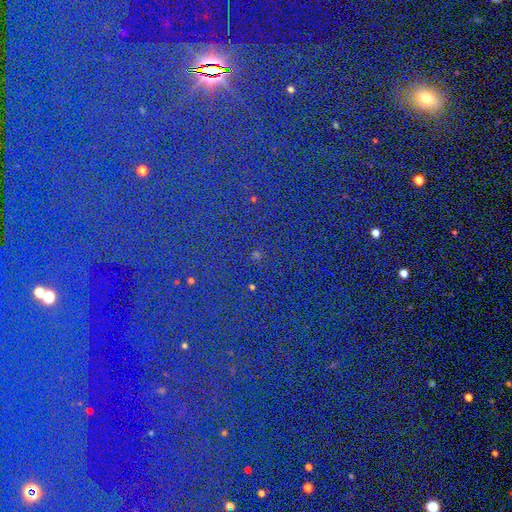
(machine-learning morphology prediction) This is likely a star or artifact rather than a galaxy (80%).